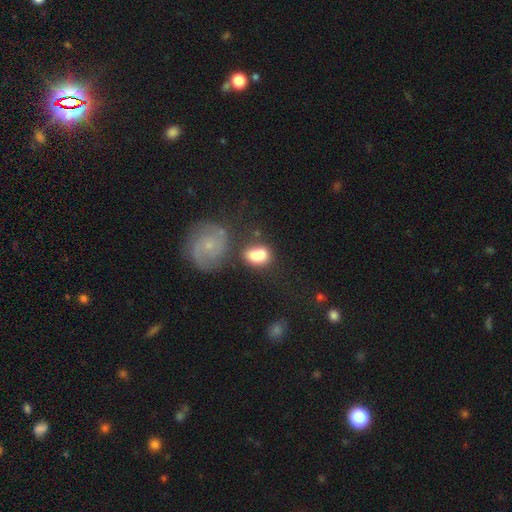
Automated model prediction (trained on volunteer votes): Smooth or featured?
  - smooth: 75% *
  - featured or disk: 17%
  - star or artifact: 9%
How rounded?
  - in between: 65% *
  - round: 33%
  - cigar-shaped: 2%
Merging?
  - merger: 38% *
  - none: 37%
  - minor disturbance: 16%
  - major disturbance: 9%